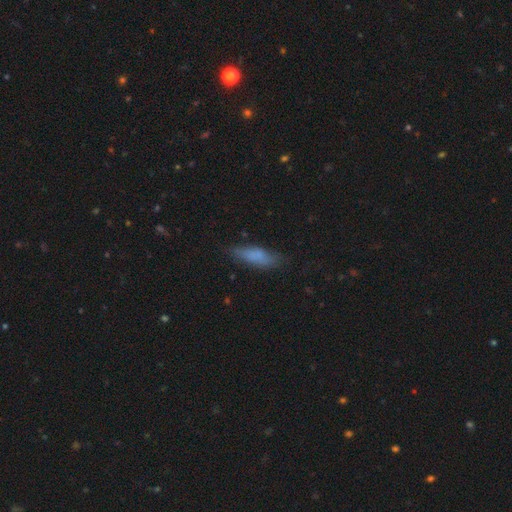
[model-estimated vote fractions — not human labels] A smooth galaxy with no disk features (74%) that is cigar-shaped (58%).

Vote fractions:
- Smooth or featured? smooth: 74% / featured or disk: 18% / star or artifact: 8%
- How rounded? cigar-shaped: 58% / in between: 40% / round: 2%
- Merging? none: 72% / minor disturbance: 21% / major disturbance: 6% / merger: 2%